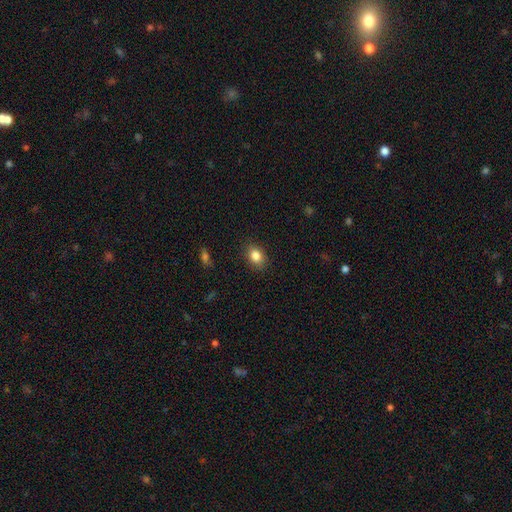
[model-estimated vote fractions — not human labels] A smooth galaxy with no disk features (84%) that is in between round and cigar-shaped (62%). Merging: none (86%).